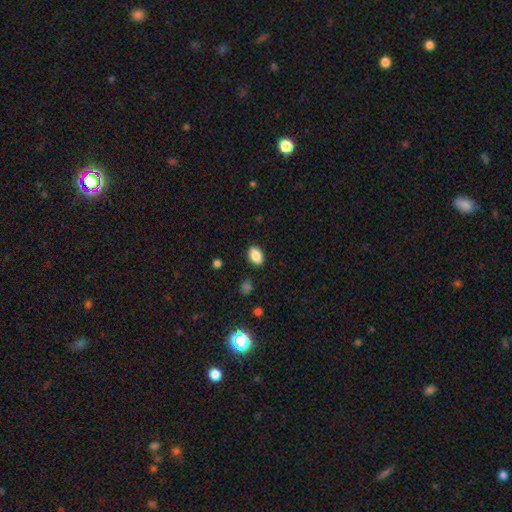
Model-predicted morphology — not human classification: Smooth or featured? Predicted: smooth (p=0.86). How rounded? Predicted: in between (p=0.86). Merging? Predicted: none (p=0.87).